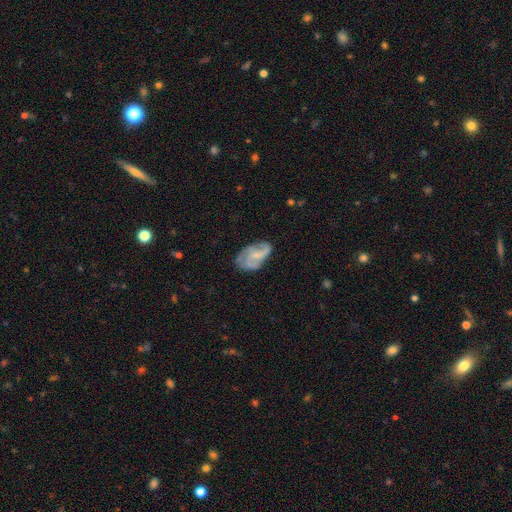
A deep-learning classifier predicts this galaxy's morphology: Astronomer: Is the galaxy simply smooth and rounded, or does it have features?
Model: featured or disk — 60%.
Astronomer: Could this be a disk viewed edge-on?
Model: no — 97%.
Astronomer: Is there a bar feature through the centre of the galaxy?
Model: no — 61%.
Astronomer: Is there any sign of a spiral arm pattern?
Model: yes — 79%.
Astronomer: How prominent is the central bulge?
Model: small — 52%.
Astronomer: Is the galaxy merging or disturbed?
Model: none — 56%.